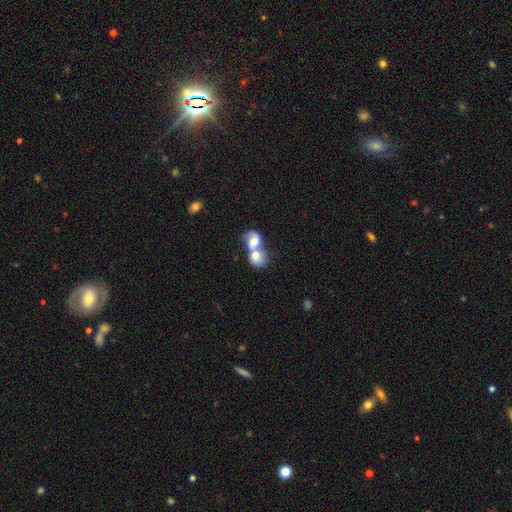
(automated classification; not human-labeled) A smooth galaxy with no disk features (63%) that is round (50%).

Vote fractions:
- Smooth or featured? smooth: 63% / featured or disk: 29% / star or artifact: 7%
- How rounded? round: 50% / in between: 48% / cigar-shaped: 2%
- Merging? merger: 83% / none: 9% / major disturbance: 4% / minor disturbance: 4%